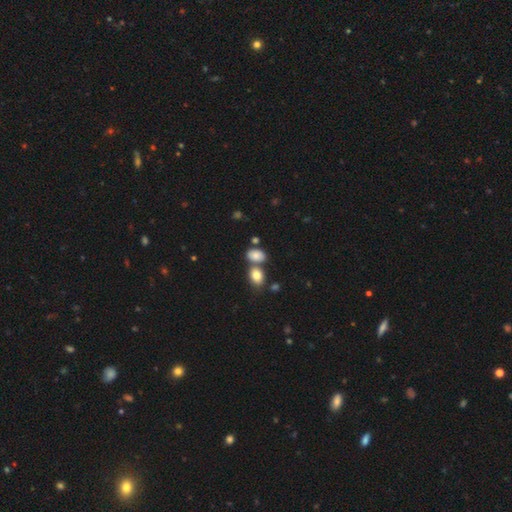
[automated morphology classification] This is clearly a smooth galaxy (81%). How rounded: clearly in between (83%). Merging: possibly none (53%).